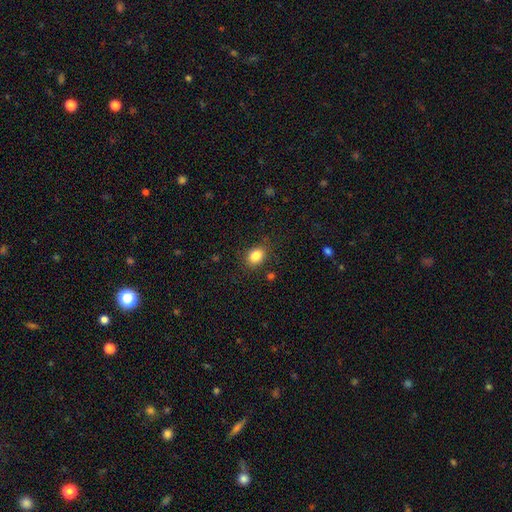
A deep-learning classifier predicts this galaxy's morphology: Smooth or featured? smooth (86%)
How rounded? in between (63%)
Merging? none (83%)